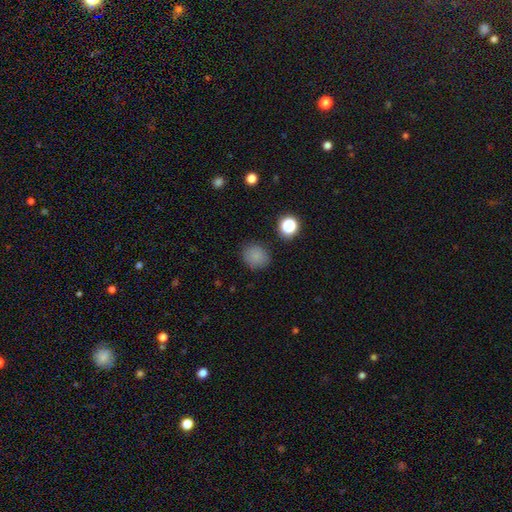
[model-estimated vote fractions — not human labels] A smooth galaxy with no disk features (80%) that is round (75%).

Vote fractions:
- Smooth or featured? smooth: 80% / star or artifact: 14% / featured or disk: 6%
- How rounded? round: 75% / in between: 24% / cigar-shaped: 1%
- Merging? none: 84% / minor disturbance: 11% / major disturbance: 3% / merger: 2%